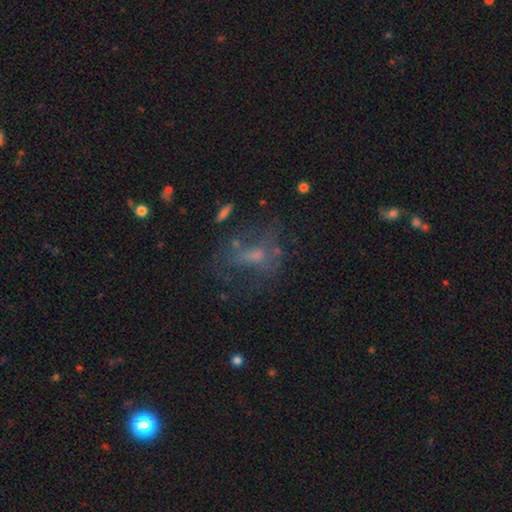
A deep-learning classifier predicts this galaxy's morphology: featured or disk 44%, smooth 39%, star or artifact 17%. Down the decision tree: merging — none (41%).